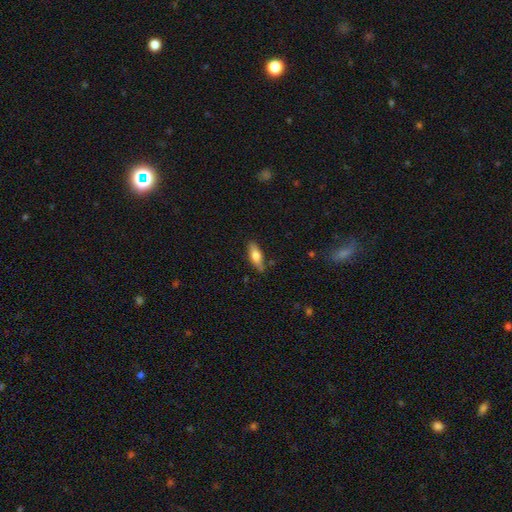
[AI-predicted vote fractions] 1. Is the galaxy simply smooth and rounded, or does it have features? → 70% smooth, 24% featured or disk, 7% star or artifact.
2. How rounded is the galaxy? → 63% in between, 34% cigar-shaped, 2% round.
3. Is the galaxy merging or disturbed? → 77% none, 18% minor disturbance, 3% major disturbance, 2% merger.